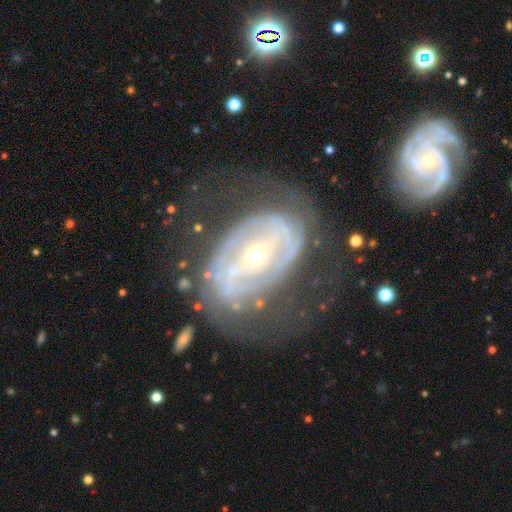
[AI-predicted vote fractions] Overall: featured or disk (85%). Edge-on disk: no (95%). Bar: strong (42%; weak 32%). Spiral arms: yes (79%). Spiral arm count: 2 (52%; can't tell 31%). Spiral winding: tight (51%; medium 33%). Bulge size: small (73%). Merging: none (49%; major disturbance 27%).